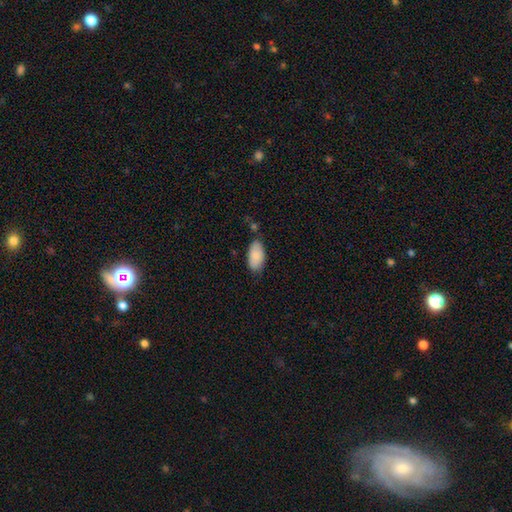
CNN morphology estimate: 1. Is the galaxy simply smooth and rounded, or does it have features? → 86% smooth, 7% featured or disk, 6% star or artifact.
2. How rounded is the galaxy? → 94% in between, 3% cigar-shaped, 3% round.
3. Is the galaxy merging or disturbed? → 71% none, 21% minor disturbance, 4% merger, 4% major disturbance.